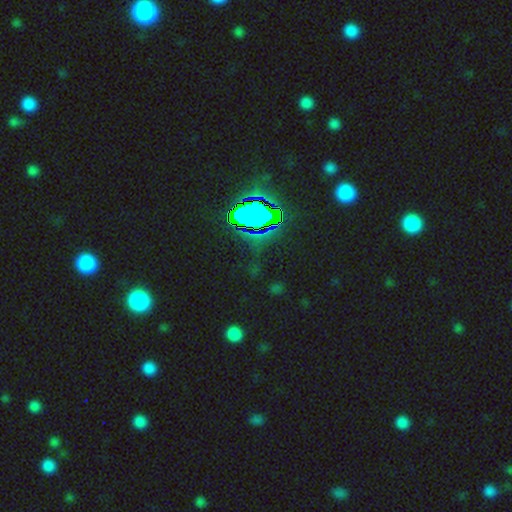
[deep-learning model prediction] The model was most divided on "smooth or featured": star or artifact: 81%, smooth: 12%, featured or disk: 7%.